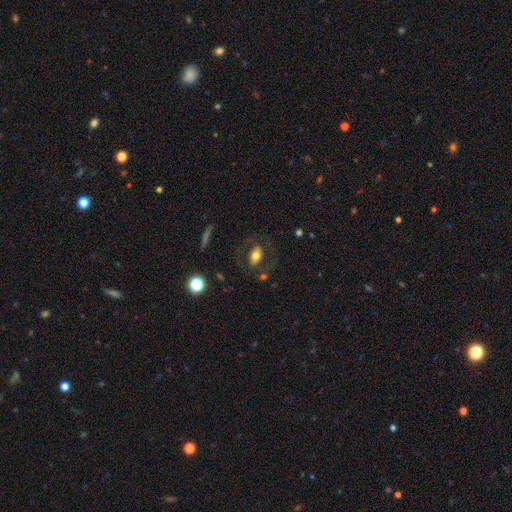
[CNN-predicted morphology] This is possibly a smooth galaxy (57%). How rounded: clearly in between (84%). Merging: likely none (73%).